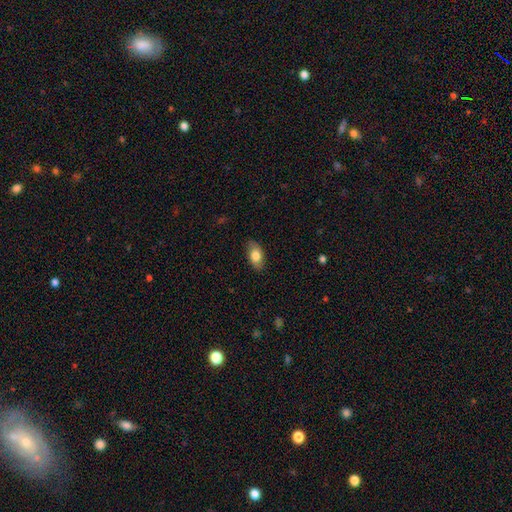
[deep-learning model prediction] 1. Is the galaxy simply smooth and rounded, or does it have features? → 79% smooth, 14% featured or disk, 7% star or artifact.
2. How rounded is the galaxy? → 92% in between, 5% round, 3% cigar-shaped.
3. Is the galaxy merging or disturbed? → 85% none, 12% minor disturbance, 2% major disturbance, 1% merger.